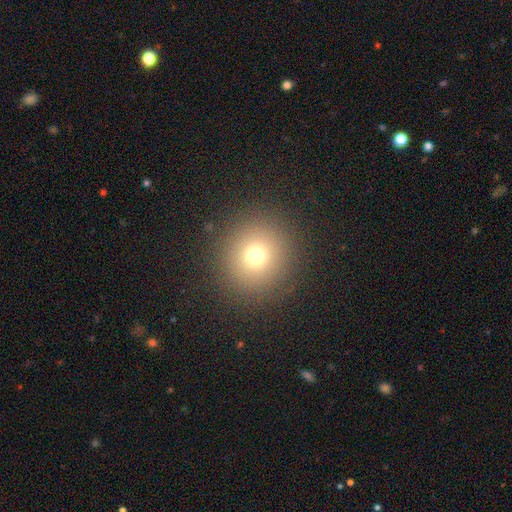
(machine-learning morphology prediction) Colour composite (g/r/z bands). It shows a smooth galaxy with no disk features (73%) that is round (93%). Merging: none (90%).